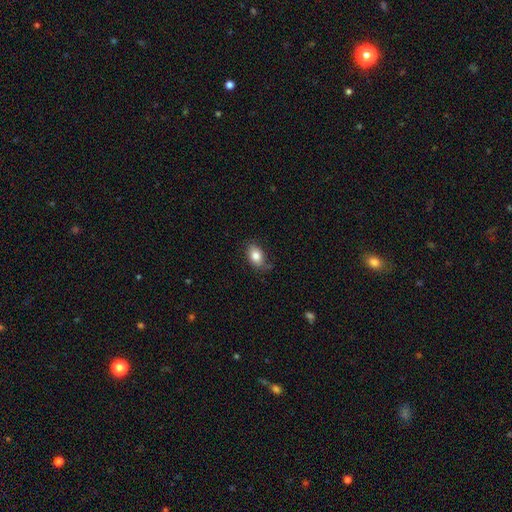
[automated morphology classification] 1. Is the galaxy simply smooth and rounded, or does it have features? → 82% smooth, 10% featured or disk, 8% star or artifact.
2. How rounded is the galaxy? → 82% in between, 16% round, 1% cigar-shaped.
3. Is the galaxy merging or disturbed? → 73% none, 21% minor disturbance, 5% major disturbance, 2% merger.